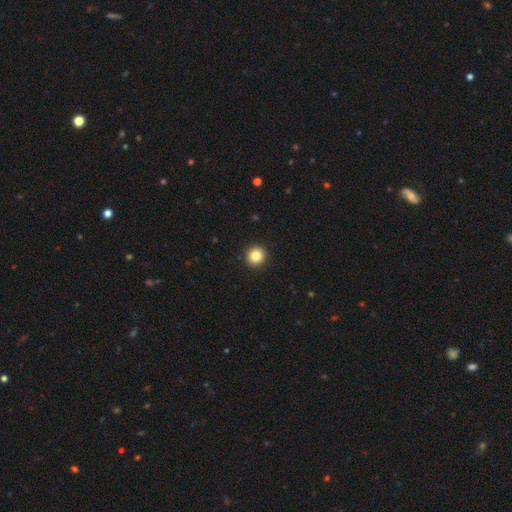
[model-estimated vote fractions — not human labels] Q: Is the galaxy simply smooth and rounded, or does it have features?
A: smooth — 84%.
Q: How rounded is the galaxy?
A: round — 93%.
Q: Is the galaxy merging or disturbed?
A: none — 93%.